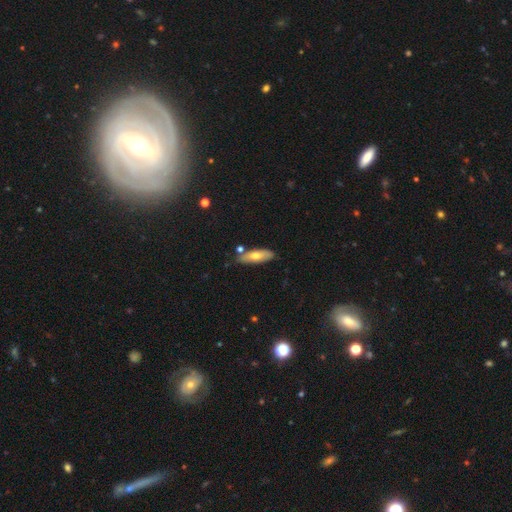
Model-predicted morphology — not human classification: Smooth or featured? Predicted: smooth (p=0.66). How rounded? Predicted: in between (p=0.56). Merging? Predicted: none (p=0.76).